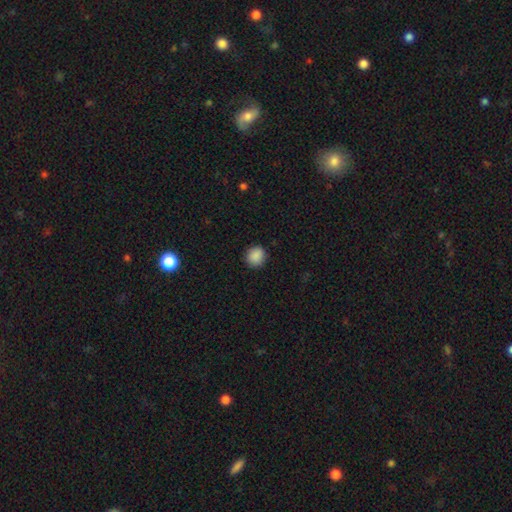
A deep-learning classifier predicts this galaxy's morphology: Q: Smooth or featured?
A: smooth (89%); runner-up: star or artifact (9%)
Q: How rounded?
A: round (83%); runner-up: in between (16%)
Q: Merging?
A: none (90%); runner-up: minor disturbance (7%)